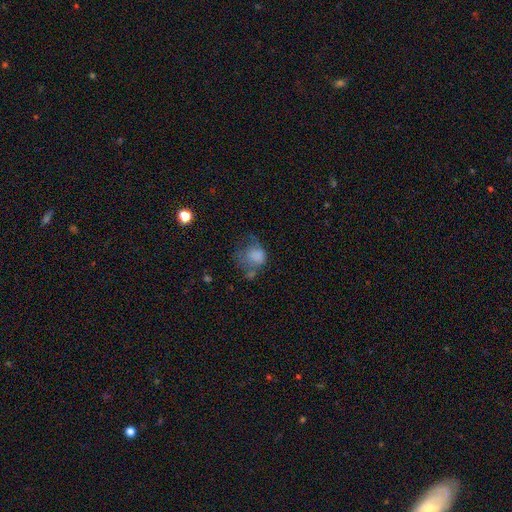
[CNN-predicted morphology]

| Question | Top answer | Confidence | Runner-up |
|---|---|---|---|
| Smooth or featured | smooth | 71% | featured or disk (18%) |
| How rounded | round | 55% | in between (44%) |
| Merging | major disturbance | 41% | none (26%) |